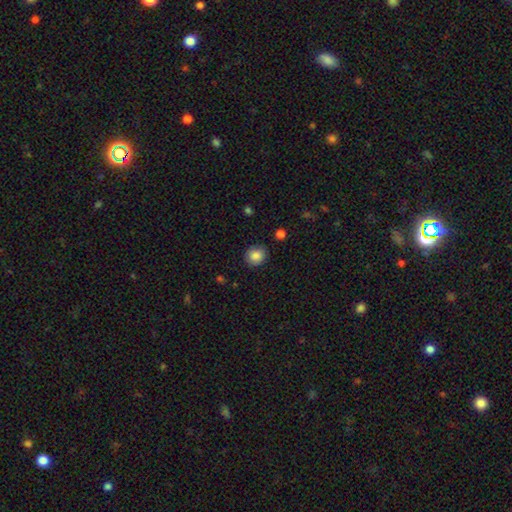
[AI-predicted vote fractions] Smooth or featured: smooth — 85% (star or artifact — 9%)
How rounded: round — 80% (in between — 19%)
Merging: none — 87% (minor disturbance — 10%)